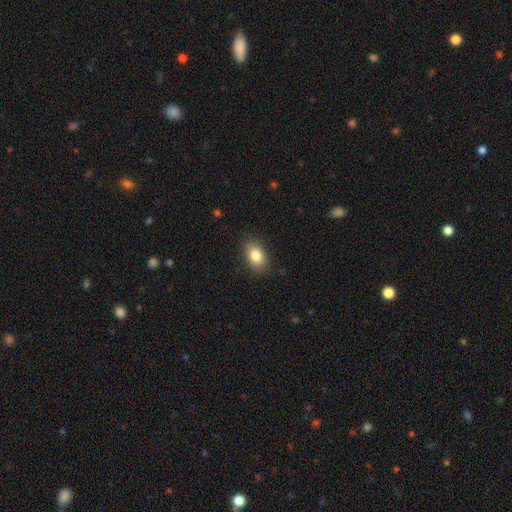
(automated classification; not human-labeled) A smooth galaxy with no disk features (84%) that is in between round and cigar-shaped (83%). Merging: none (86%).